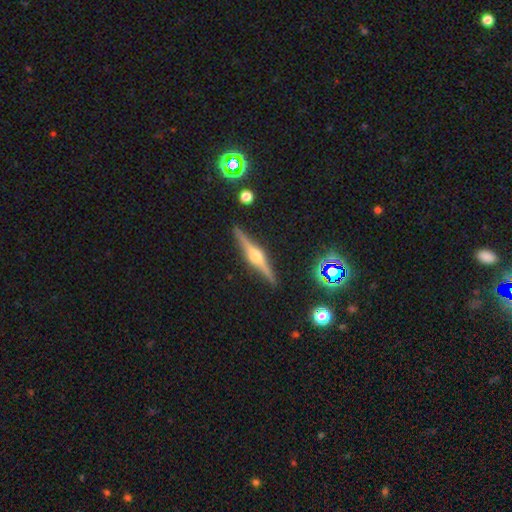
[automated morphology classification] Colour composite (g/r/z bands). It shows a featured or disk galaxy (82%) viewed edge-on (98%) with a rounded central bulge (93%). Merging: none (91%).